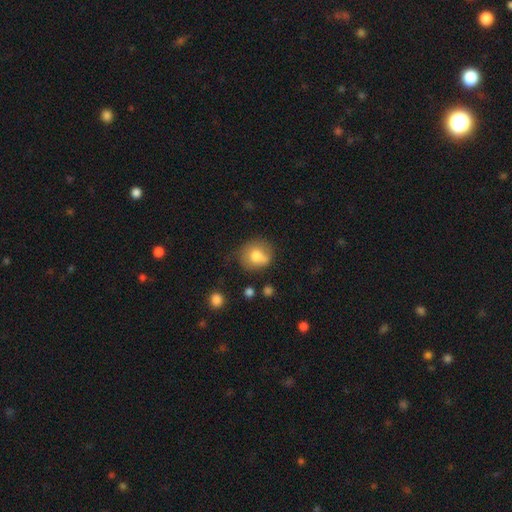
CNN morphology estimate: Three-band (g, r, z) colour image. It shows a smooth galaxy with no disk features (75%) that is round (76%). Merging: none (58%).